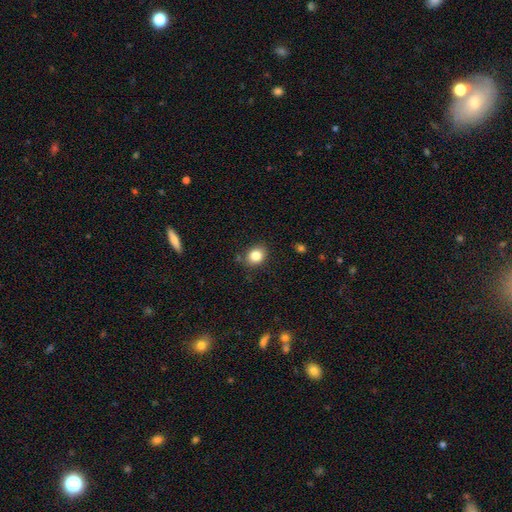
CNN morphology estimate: Q: Smooth or featured?
A: smooth (83%); runner-up: star or artifact (10%)
Q: How rounded?
A: round (60%); runner-up: in between (39%)
Q: Merging?
A: none (82%); runner-up: minor disturbance (12%)